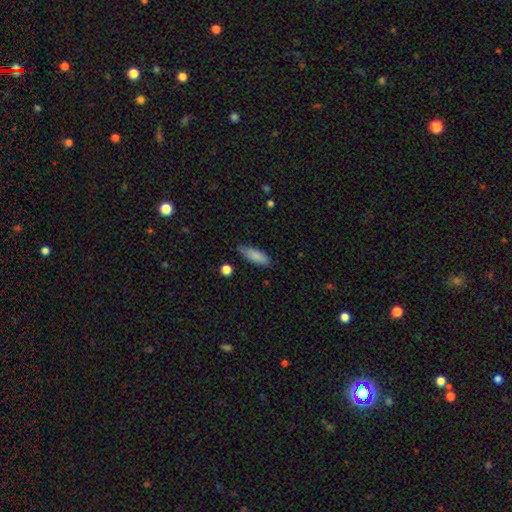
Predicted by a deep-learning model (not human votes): The model was most divided on "how rounded": in between: 58%, cigar-shaped: 40%, round: 2%. More confident: smooth or featured — smooth (85%); merging — none (73%).